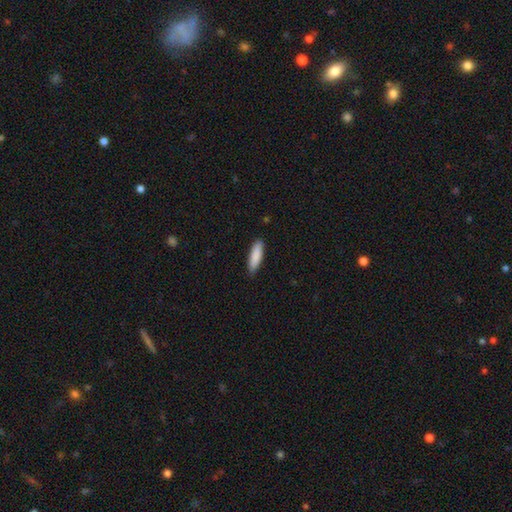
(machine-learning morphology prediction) A smooth galaxy with no disk features (88%) that is cigar-shaped (60%). Merging: none (86%).